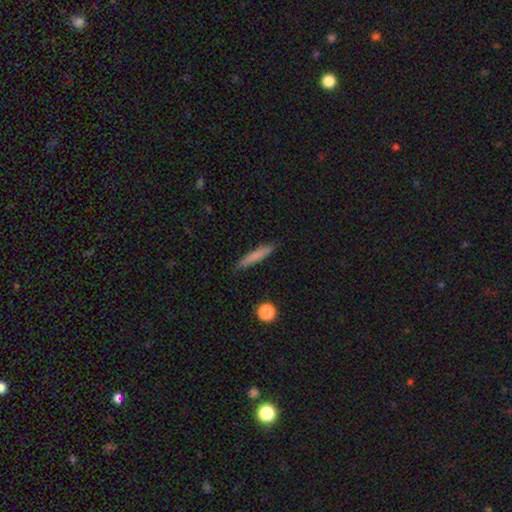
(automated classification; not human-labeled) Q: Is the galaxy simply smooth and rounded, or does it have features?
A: smooth — 75%.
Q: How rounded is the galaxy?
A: cigar-shaped — 92%.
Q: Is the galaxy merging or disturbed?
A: none — 88%.